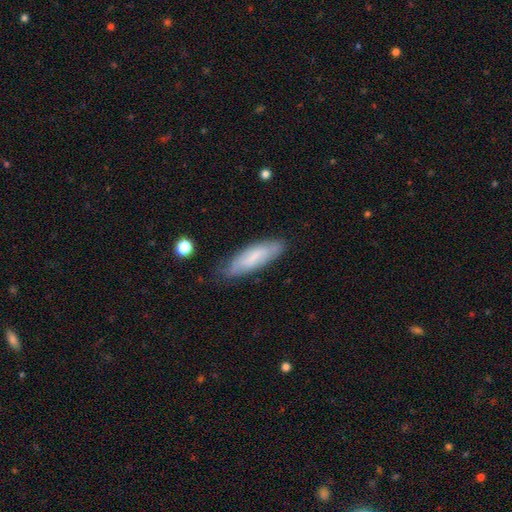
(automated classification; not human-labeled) Smooth or featured: smooth — 65% (featured or disk — 28%)
How rounded: cigar-shaped — 52% (in between — 46%)
Merging: none — 74% (minor disturbance — 20%)